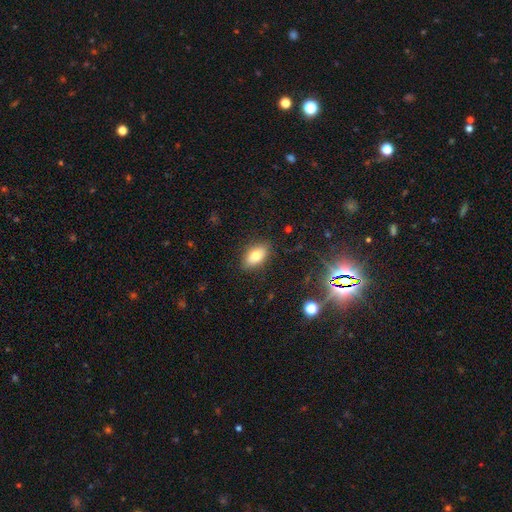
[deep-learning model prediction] A smooth galaxy with no disk features (76%) that is in between round and cigar-shaped (90%).

Vote fractions:
- Smooth or featured? smooth: 76% / featured or disk: 14% / star or artifact: 9%
- How rounded? in between: 90% / round: 7% / cigar-shaped: 4%
- Merging? none: 85% / minor disturbance: 11% / major disturbance: 3% / merger: 1%